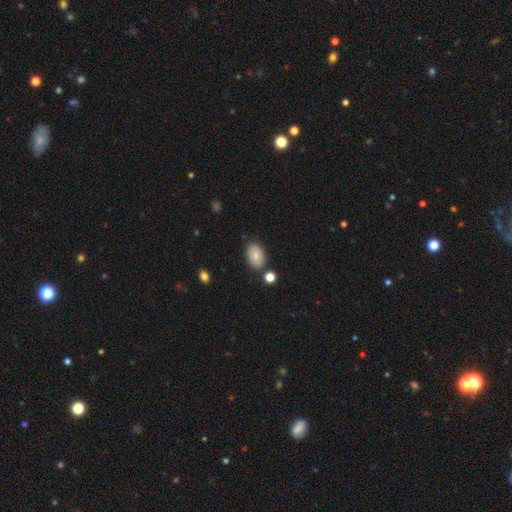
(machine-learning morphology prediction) This appears to be a smooth galaxy with no disk features (81%) that is in between round and cigar-shaped (84%). Merging: none (81%).